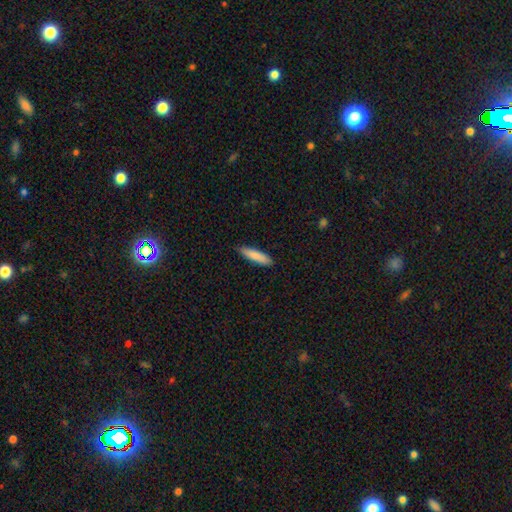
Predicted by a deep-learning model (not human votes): Smooth or featured? Predicted: smooth (p=0.85). How rounded? Predicted: cigar-shaped (p=0.77). Merging? Predicted: none (p=0.85).